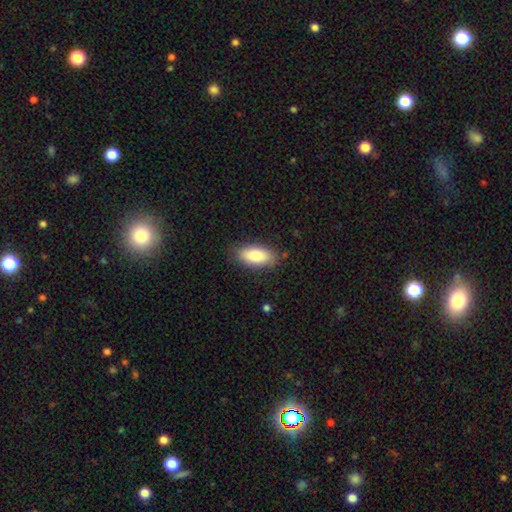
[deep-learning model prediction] Smooth or featured?
  - smooth: 85% *
  - featured or disk: 9%
  - star or artifact: 6%
How rounded?
  - in between: 89% *
  - cigar-shaped: 8%
  - round: 2%
Merging?
  - none: 83% *
  - minor disturbance: 13%
  - major disturbance: 3%
  - merger: 1%